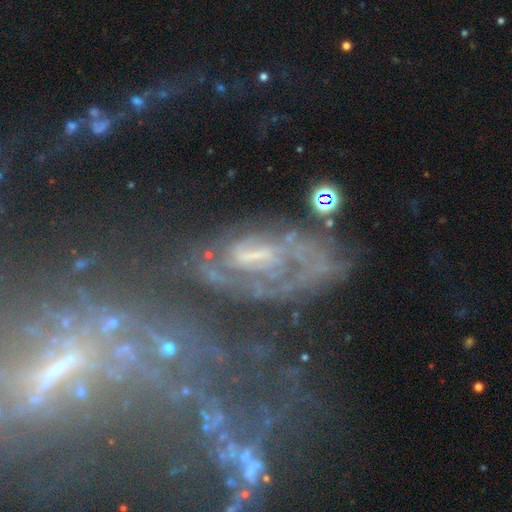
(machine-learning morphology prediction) type=featured or disk (74%); edge-on=no (94%); bar=weak (39%); spiral arms=yes (75%); winding=tight (54%); arm count=can't tell (48%); bulge=small (33%); merging=none (46%).